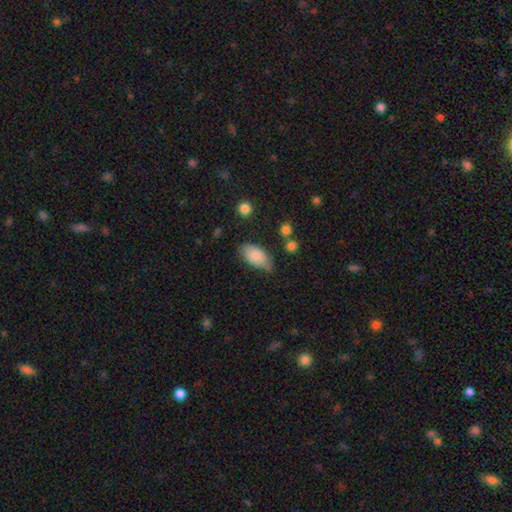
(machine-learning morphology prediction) Smooth or featured: smooth — 84% (featured or disk — 10%)
How rounded: in between — 93% (cigar-shaped — 4%)
Merging: none — 64% (minor disturbance — 27%)